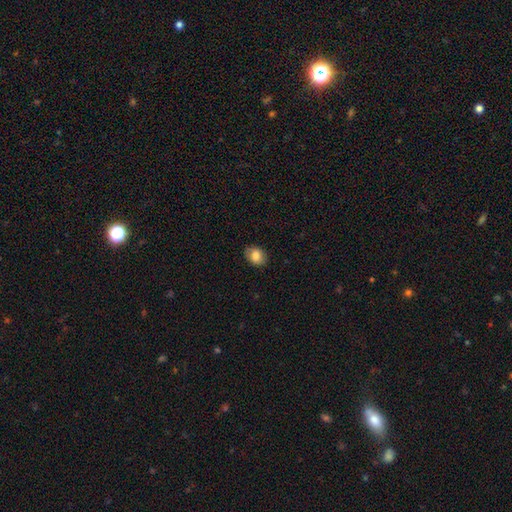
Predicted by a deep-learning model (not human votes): Overall: smooth (80%). How rounded: in between (67%; round 32%). Merging: none (82%).